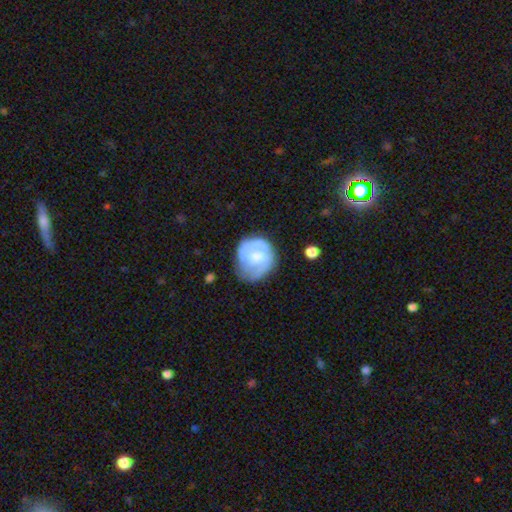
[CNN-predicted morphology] Smooth or featured: featured or disk — 58% (smooth — 36%)
Edge-on disk: no — 98% (yes — 2%)
Bar: no — 76% (weak — 21%)
Spiral arms: yes — 64% (no — 36%)
Bulge size: moderate — 48% (small — 26%)
Merging: none — 63% (minor disturbance — 24%)